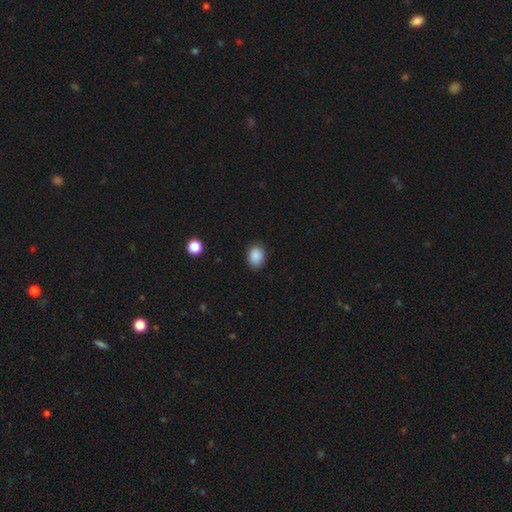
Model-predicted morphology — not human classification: This appears to be a smooth galaxy with no disk features (88%) that is in between round and cigar-shaped (64%). Merging: none (84%).